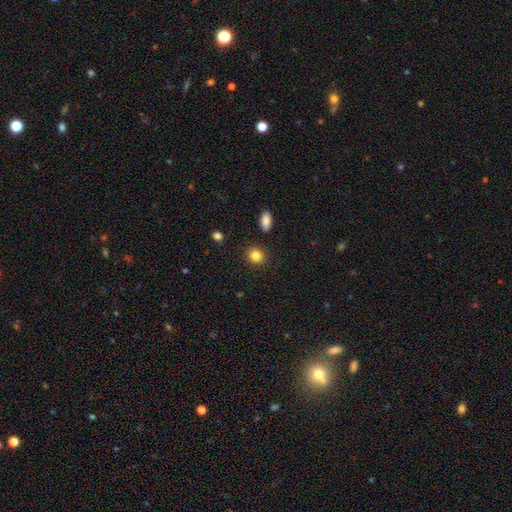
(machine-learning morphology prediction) A smooth galaxy with no disk features (85%) that is round (84%).

Vote fractions:
- Smooth or featured? smooth: 85% / star or artifact: 10% / featured or disk: 5%
- How rounded? round: 84% / in between: 15% / cigar-shaped: 1%
- Merging? none: 89% / minor disturbance: 6% / major disturbance: 2% / merger: 2%